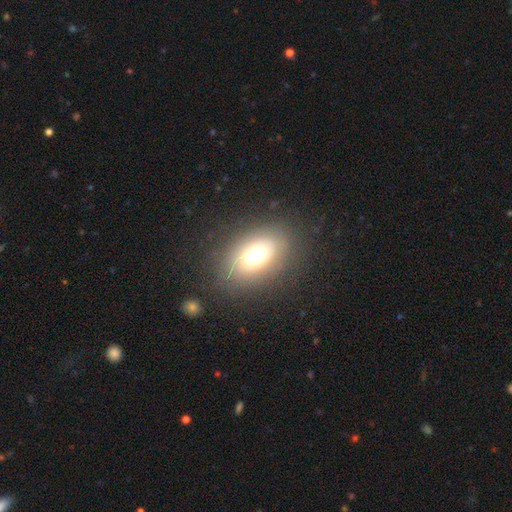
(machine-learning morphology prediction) Smooth or featured? Predicted: smooth (p=0.68). How rounded? Predicted: in between (p=0.82). Merging? Predicted: none (p=0.82).